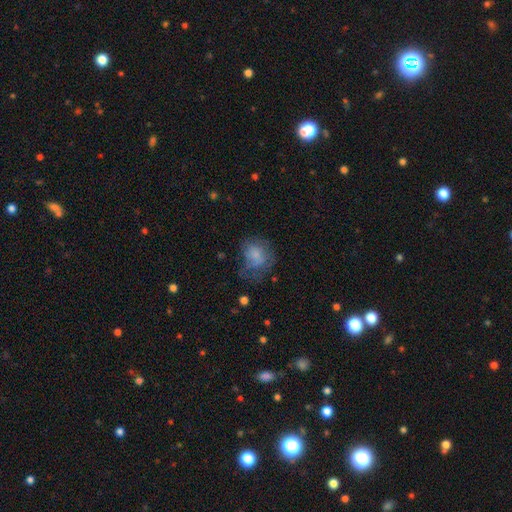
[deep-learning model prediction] Q: Smooth or featured?
A: smooth (66%); runner-up: featured or disk (23%)
Q: How rounded?
A: round (60%); runner-up: in between (39%)
Q: Merging?
A: none (38%); runner-up: major disturbance (31%)